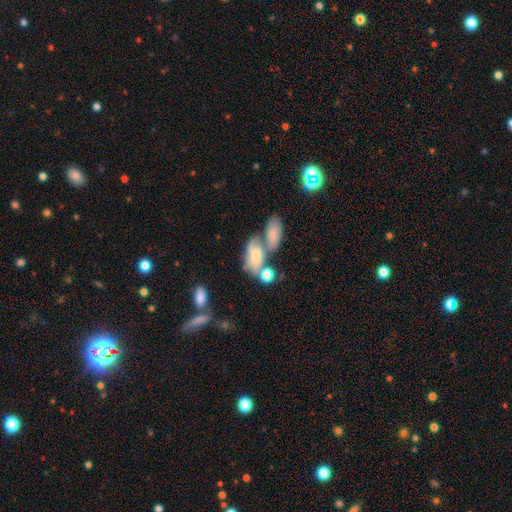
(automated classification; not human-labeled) A smooth galaxy with no disk features (60%) that is in between round and cigar-shaped (89%).

Vote fractions:
- Smooth or featured? smooth: 60% / featured or disk: 31% / star or artifact: 9%
- How rounded? in between: 89% / round: 7% / cigar-shaped: 4%
- Merging? merger: 51% / none: 24% / minor disturbance: 15% / major disturbance: 11%